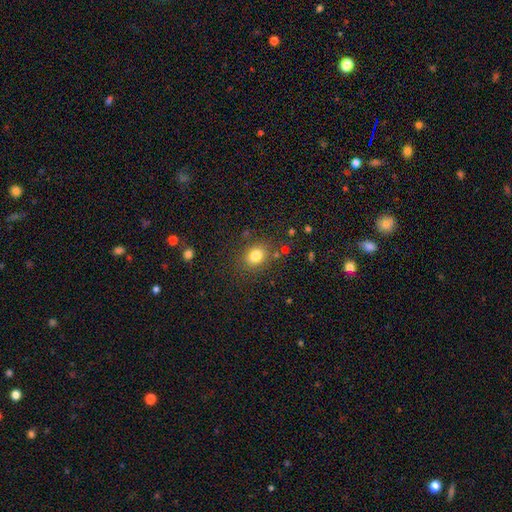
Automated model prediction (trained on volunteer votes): This is clearly a smooth galaxy (81%). How rounded: possibly round (50%). Merging: likely none (80%).